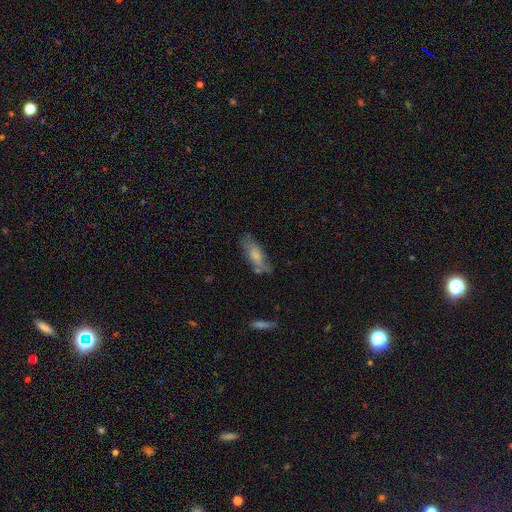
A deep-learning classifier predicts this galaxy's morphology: type=smooth (63%); roundness=in between (65%); merging=none (54%).